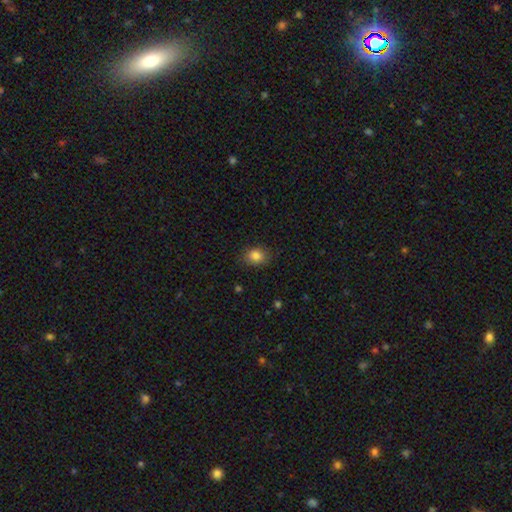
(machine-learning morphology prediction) smooth 84%, star or artifact 10%, featured or disk 6%. Down the decision tree: how rounded — in between (56%); merging — none (84%).